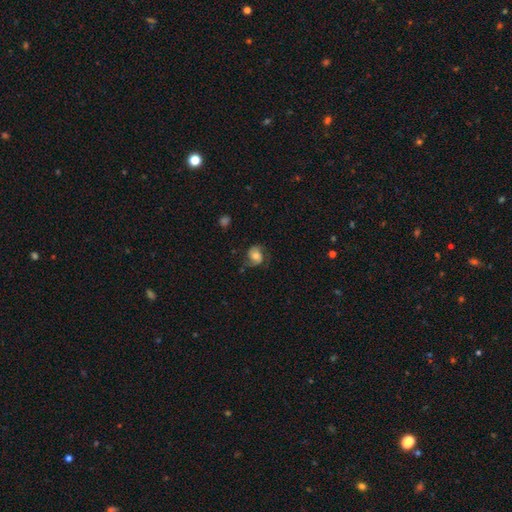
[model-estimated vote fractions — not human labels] Smooth or featured: featured or disk — 52% (smooth — 39%)
Edge-on disk: no — 97% (yes — 3%)
Bar: no — 67% (weak — 27%)
Spiral arms: yes — 88% (no — 12%)
Bulge size: moderate — 50% (large — 21%)
Merging: none — 62% (minor disturbance — 22%)